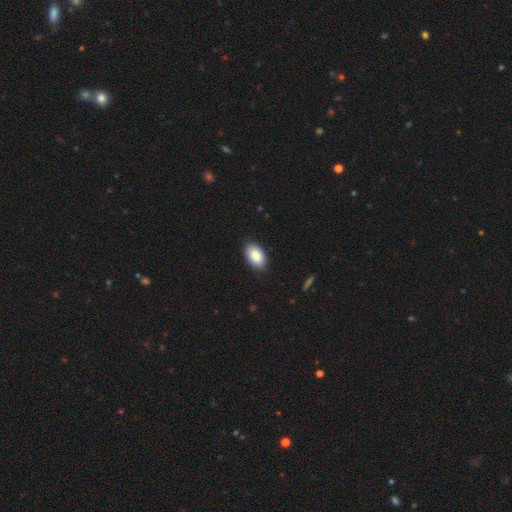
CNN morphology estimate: Smooth or featured?
  - smooth: 89% *
  - star or artifact: 6%
  - featured or disk: 5%
How rounded?
  - in between: 94% *
  - round: 5%
  - cigar-shaped: 1%
Merging?
  - none: 88% *
  - minor disturbance: 9%
  - major disturbance: 2%
  - merger: 1%